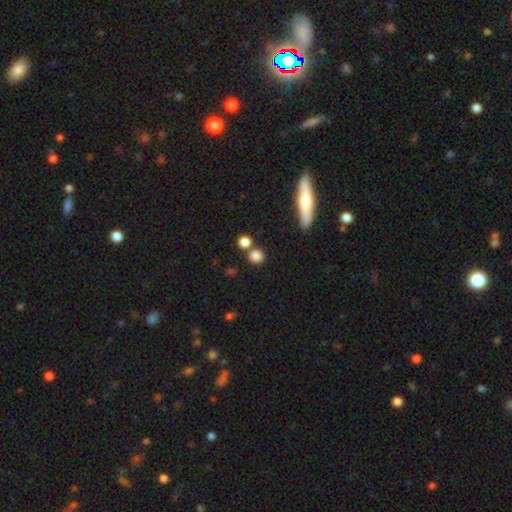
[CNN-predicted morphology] smooth 82%, star or artifact 12%, featured or disk 6%. Down the decision tree: how rounded — round (86%); merging — none (71%).